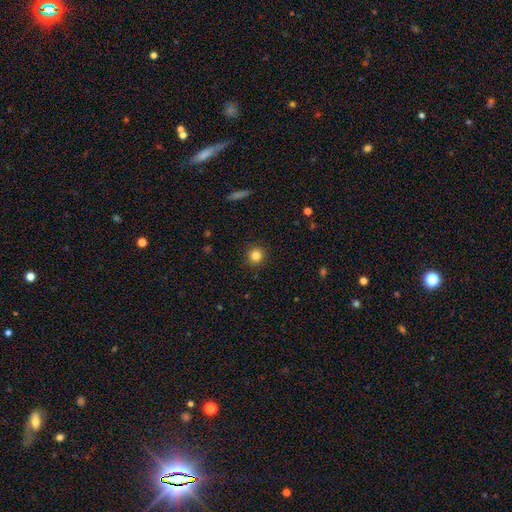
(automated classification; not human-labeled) Morphology: type=smooth (83%); roundness=round (93%); merging=none (91%).